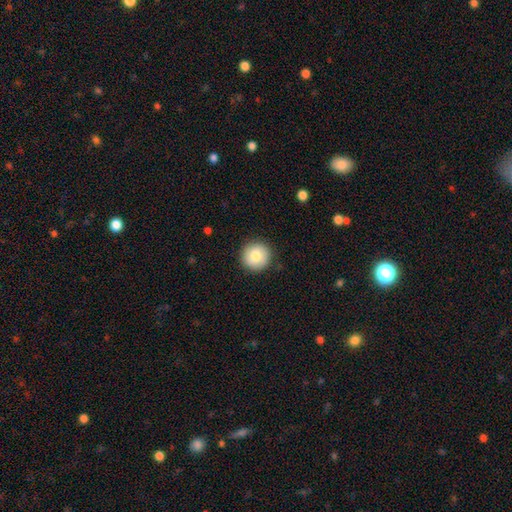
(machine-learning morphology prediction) Smooth or featured: smooth — 79% (featured or disk — 13%)
How rounded: round — 95% (in between — 4%)
Merging: none — 89% (minor disturbance — 8%)